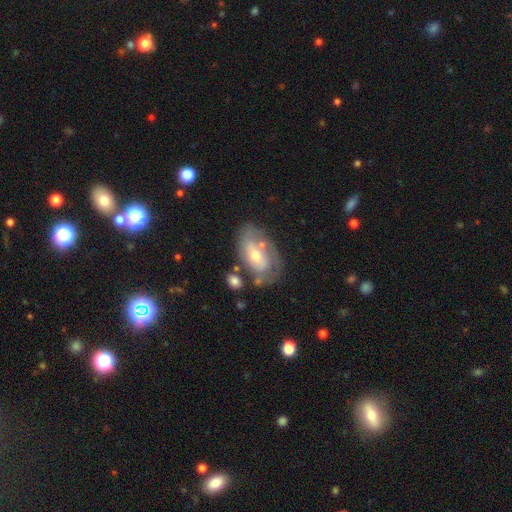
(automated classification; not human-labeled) Q: Smooth or featured?
A: featured or disk (60%); runner-up: smooth (33%)
Q: Edge-on disk?
A: no (93%); runner-up: yes (7%)
Q: Bar?
A: no (66%); runner-up: weak (26%)
Q: Spiral arms?
A: yes (55%); runner-up: no (45%)
Q: Bulge size?
A: moderate (51%); runner-up: small (44%)
Q: Merging?
A: none (53%); runner-up: minor disturbance (24%)